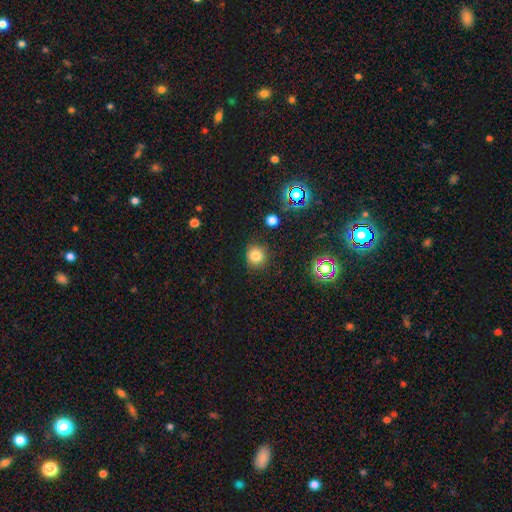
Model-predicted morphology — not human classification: Smooth or featured? Predicted: smooth (p=0.78). How rounded? Predicted: round (p=0.90). Merging? Predicted: none (p=0.88).